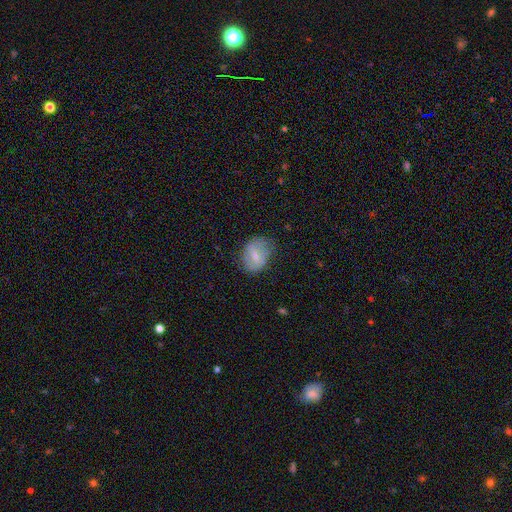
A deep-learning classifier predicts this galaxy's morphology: Smooth or featured? Predicted: smooth (p=0.62). How rounded? Predicted: in between (p=0.70). Merging? Predicted: none (p=0.66).